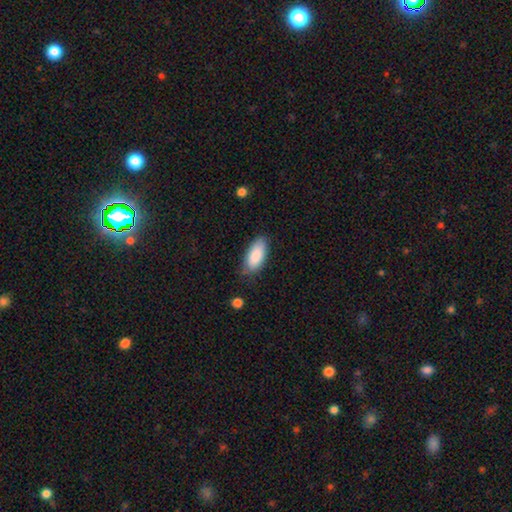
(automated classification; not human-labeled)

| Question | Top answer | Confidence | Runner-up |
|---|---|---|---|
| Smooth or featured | smooth | 87% | featured or disk (7%) |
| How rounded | in between | 88% | cigar-shaped (10%) |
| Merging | none | 75% | minor disturbance (20%) |